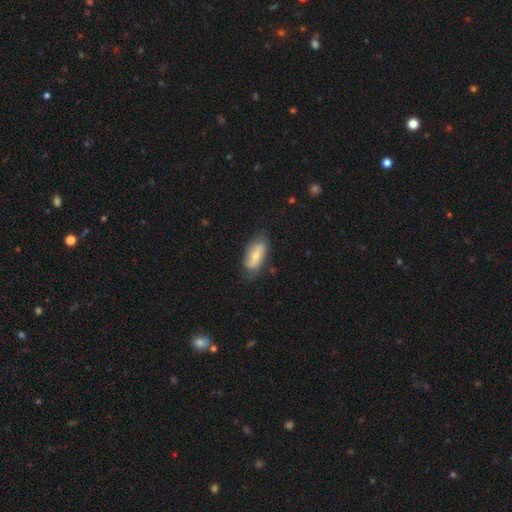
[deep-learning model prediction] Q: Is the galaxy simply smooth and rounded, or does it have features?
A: smooth — 53%.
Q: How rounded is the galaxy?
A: in between — 87%.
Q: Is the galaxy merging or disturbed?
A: none — 73%.